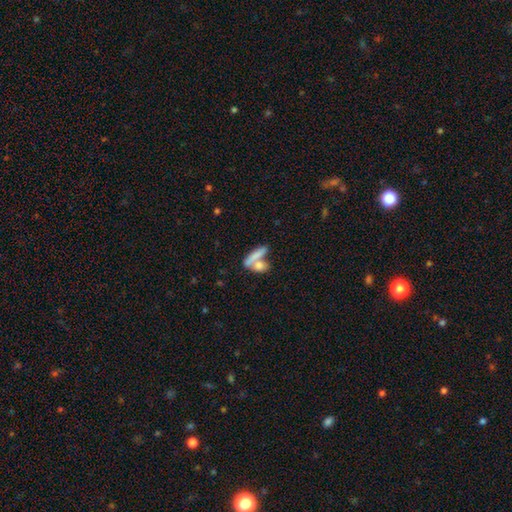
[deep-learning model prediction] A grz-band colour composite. It shows a smooth galaxy with no disk features (75%) that is cigar-shaped (51%). Merging: merger (51%).